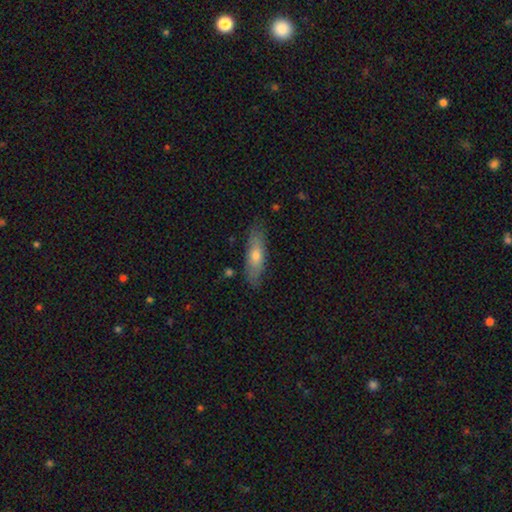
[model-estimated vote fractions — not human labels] Smooth or featured: smooth — 61% (featured or disk — 33%)
How rounded: cigar-shaped — 53% (in between — 45%)
Merging: none — 81% (minor disturbance — 15%)